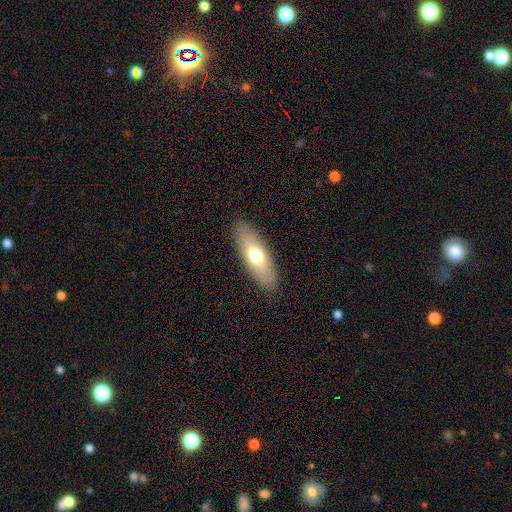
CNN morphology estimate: Smooth or featured? smooth (67%)
How rounded? in between (63%)
Merging? none (89%)